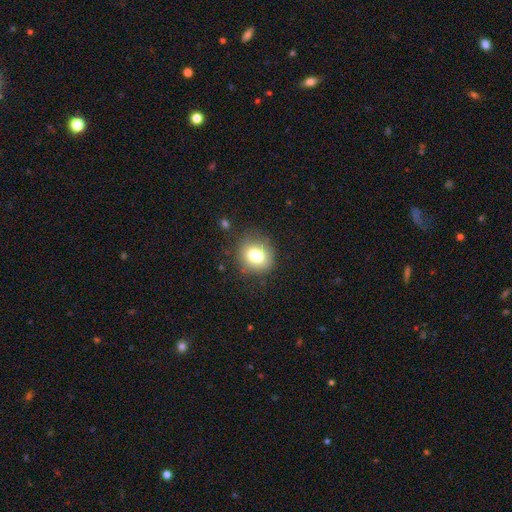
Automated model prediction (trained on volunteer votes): Morphology: type=smooth (78%); roundness=round (70%); merging=none (82%).